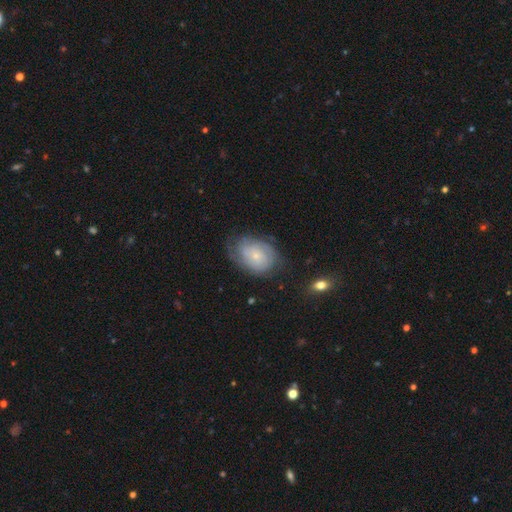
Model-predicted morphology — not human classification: This appears to be a featured or disk galaxy (58%) with no bar (78%), spiral arms (85%) and a small central bulge (74%). Merging: none (62%).